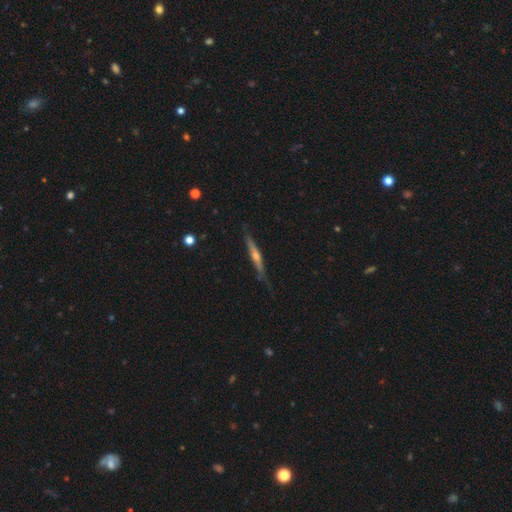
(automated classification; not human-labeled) Smooth or featured?
  - featured or disk: 70% *
  - smooth: 24%
  - star or artifact: 6%
Edge-on disk?
  - yes: 97% *
  - no: 3%
Edge-on bulge?
  - rounded: 84% *
  - none: 12%
  - boxy: 4%
Merging?
  - none: 78% *
  - minor disturbance: 18%
  - major disturbance: 3%
  - merger: 2%